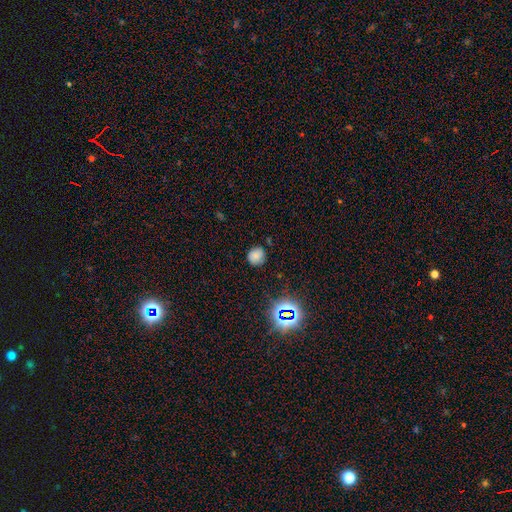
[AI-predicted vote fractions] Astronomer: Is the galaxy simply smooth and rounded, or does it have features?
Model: smooth — 74%.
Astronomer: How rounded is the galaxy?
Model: round — 81%.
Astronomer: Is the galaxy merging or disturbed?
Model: none — 78%.